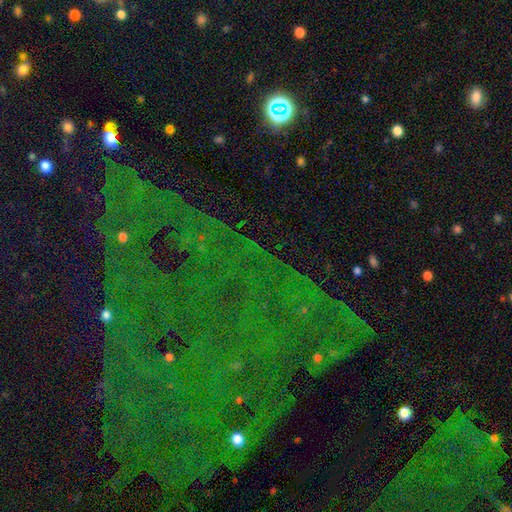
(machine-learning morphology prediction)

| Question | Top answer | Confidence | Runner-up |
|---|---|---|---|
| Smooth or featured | star or artifact | 80% | featured or disk (10%) |